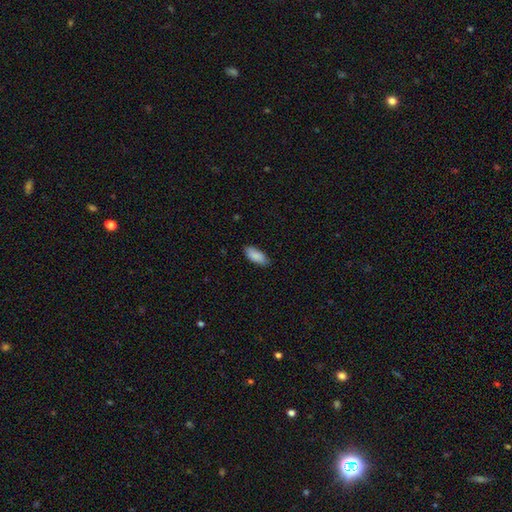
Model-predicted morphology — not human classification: A smooth galaxy with no disk features (89%) that is in between round and cigar-shaped (82%).

Vote fractions:
- Smooth or featured? smooth: 89% / star or artifact: 6% / featured or disk: 5%
- How rounded? in between: 82% / cigar-shaped: 17% / round: 2%
- Merging? none: 84% / minor disturbance: 13% / major disturbance: 2% / merger: 1%